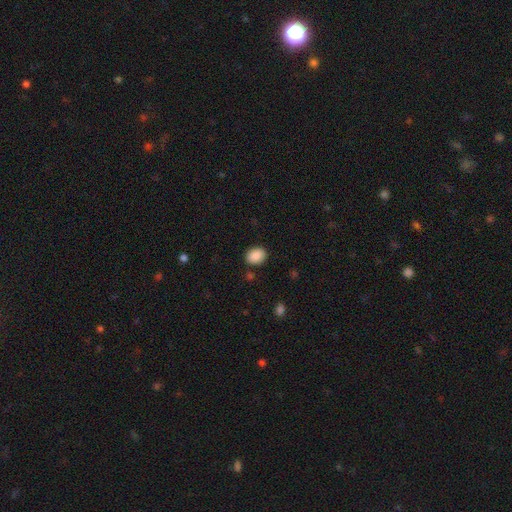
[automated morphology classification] This appears to be a smooth galaxy with no disk features (89%) that is in between round and cigar-shaped (58%). Merging: none (87%).